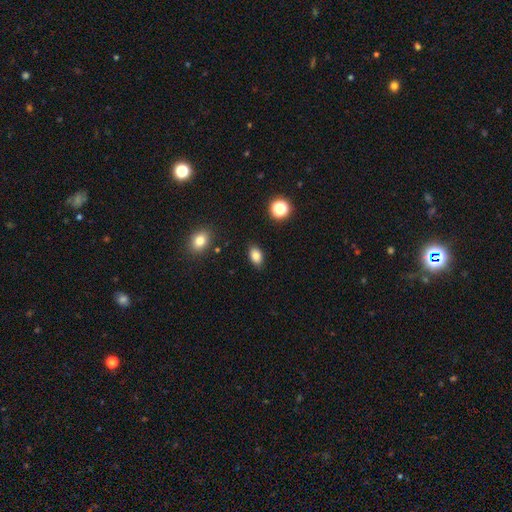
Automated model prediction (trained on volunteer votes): Smooth or featured: smooth — 84% (star or artifact — 10%)
How rounded: in between — 86% (round — 12%)
Merging: none — 87% (minor disturbance — 9%)